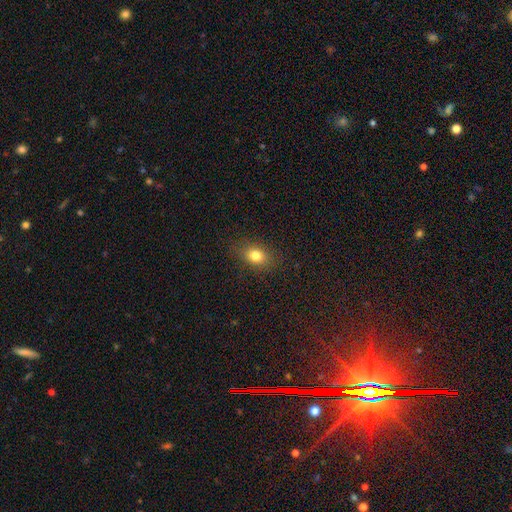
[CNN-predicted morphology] Q: Smooth or featured?
A: smooth (79%); runner-up: star or artifact (12%)
Q: How rounded?
A: in between (65%); runner-up: round (33%)
Q: Merging?
A: none (85%); runner-up: minor disturbance (11%)